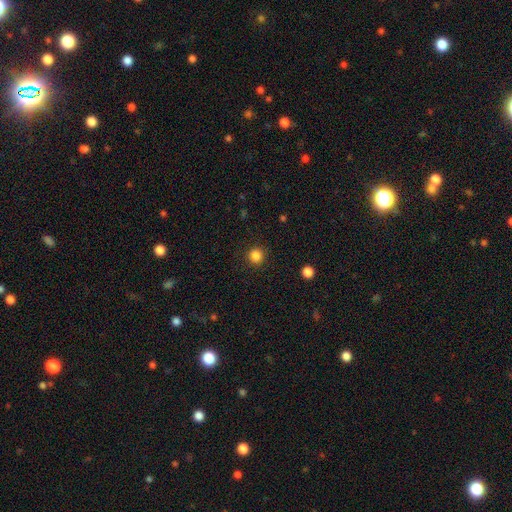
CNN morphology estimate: Q: Smooth or featured?
A: smooth (84%); runner-up: star or artifact (12%)
Q: How rounded?
A: round (94%); runner-up: in between (5%)
Q: Merging?
A: none (91%); runner-up: minor disturbance (6%)